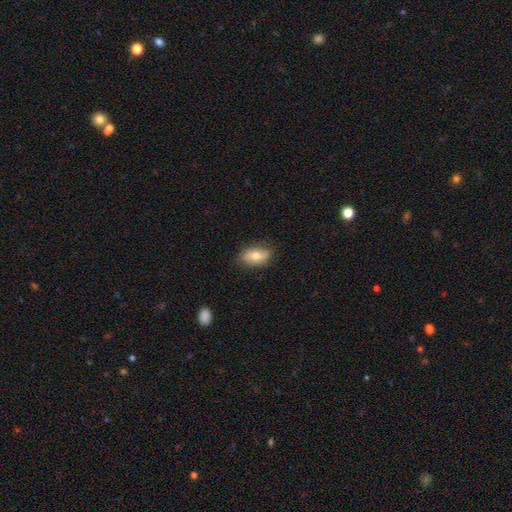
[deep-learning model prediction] Q: Smooth or featured?
A: smooth (66%); runner-up: featured or disk (27%)
Q: How rounded?
A: in between (89%); runner-up: round (7%)
Q: Merging?
A: none (80%); runner-up: minor disturbance (16%)